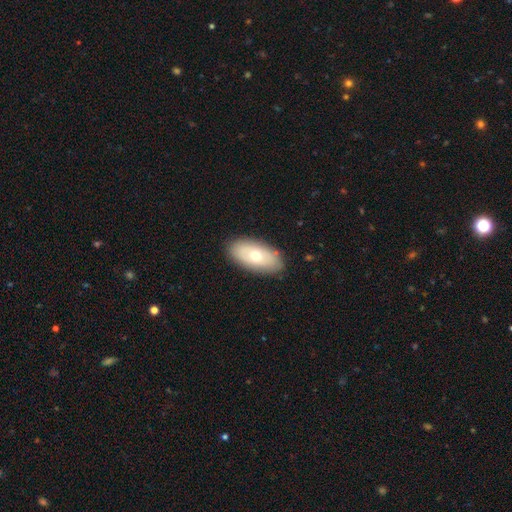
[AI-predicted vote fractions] smooth-or-featured: smooth: 62% | featured or disk: 32% | star or artifact: 6%
  how-rounded: in between: 92% | round: 4% | cigar-shaped: 4%
  merging: none: 86% | minor disturbance: 10% | major disturbance: 3% | merger: 1%